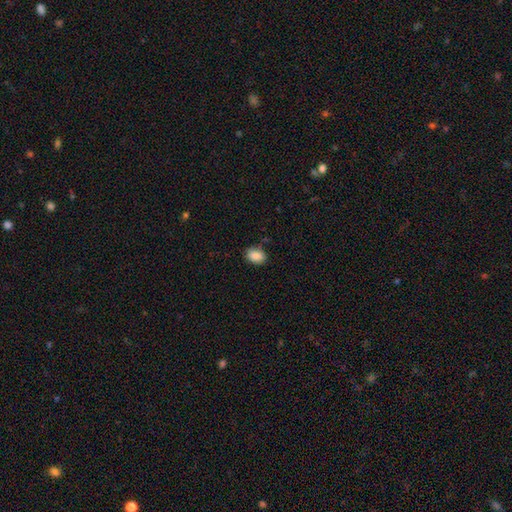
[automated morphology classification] Smooth or featured? smooth (87%)
How rounded? in between (79%)
Merging? none (79%)